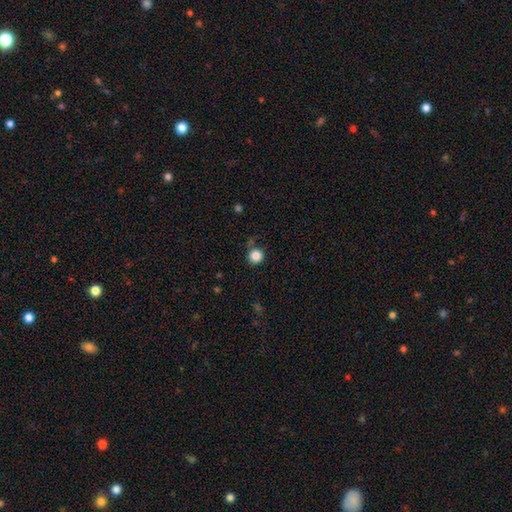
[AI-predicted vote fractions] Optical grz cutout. It shows a smooth galaxy with no disk features (85%) that is round (94%). Merging: none (80%).